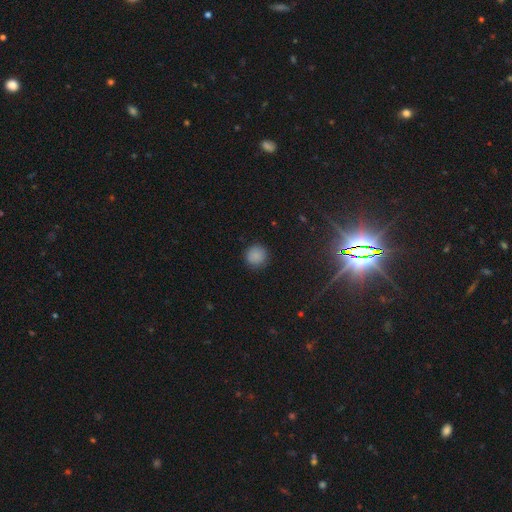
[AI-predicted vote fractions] Q: Smooth or featured?
A: smooth (83%); runner-up: star or artifact (12%)
Q: How rounded?
A: round (94%); runner-up: in between (5%)
Q: Merging?
A: none (89%); runner-up: minor disturbance (8%)